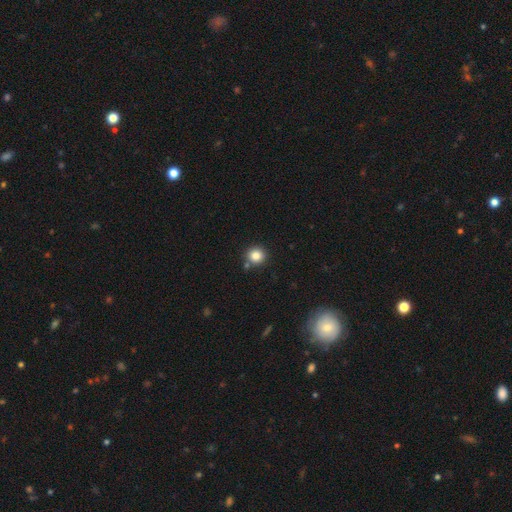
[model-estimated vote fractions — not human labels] Smooth or featured? Predicted: smooth (p=0.84). How rounded? Predicted: round (p=0.91). Merging? Predicted: none (p=0.82).